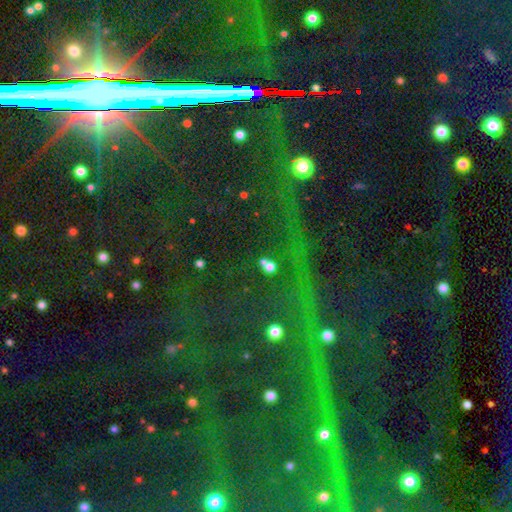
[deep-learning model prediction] Smooth or featured? star or artifact (81%)